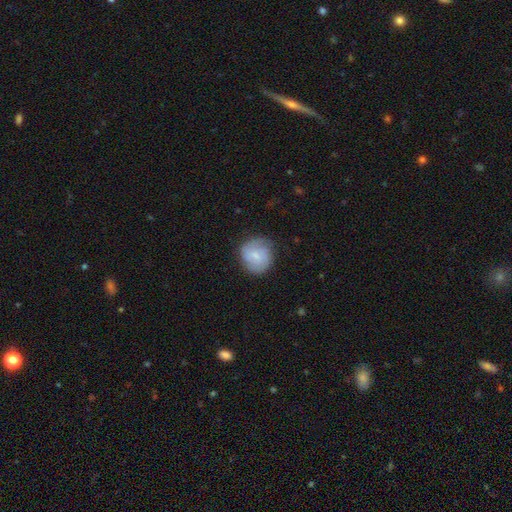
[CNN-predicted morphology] This appears to be a smooth galaxy with no disk features (62%) that is round (85%). Merging: none (69%).